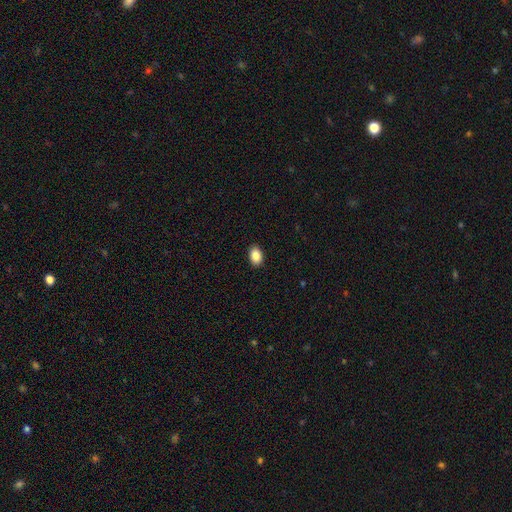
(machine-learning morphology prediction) smooth_or_featured: smooth (p=0.87) [alt: star or artifact p=0.08]
how_rounded: in between (p=0.85) [alt: round p=0.14]
merging: none (p=0.91) [alt: minor disturbance p=0.07]